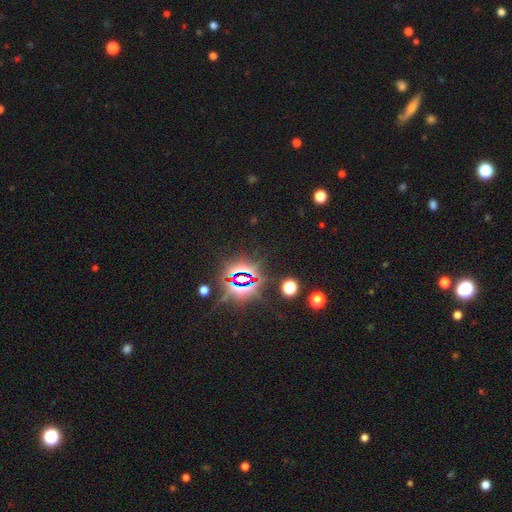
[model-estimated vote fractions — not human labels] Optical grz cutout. It shows a star or artifact, not a galaxy (84%).